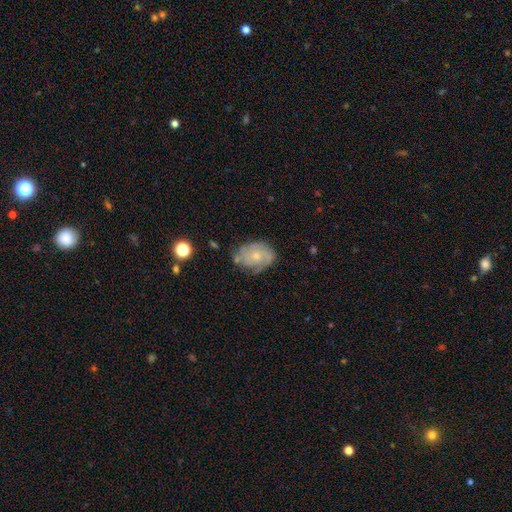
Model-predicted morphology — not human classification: smooth_or_featured: featured or disk (p=0.67) [alt: smooth p=0.25]
disk_edge_on: no (p=0.97) [alt: yes p=0.03]
bar: no (p=0.79) [alt: weak p=0.18]
has_spiral_arms: yes (p=0.86) [alt: no p=0.14]
spiral_winding: tight (p=0.52) [alt: medium p=0.36]
spiral_arm_count: can't tell (p=0.34) [alt: 2 p=0.27]
bulge_size: small (p=0.58) [alt: moderate p=0.37]
merging: none (p=0.65) [alt: minor disturbance p=0.25]